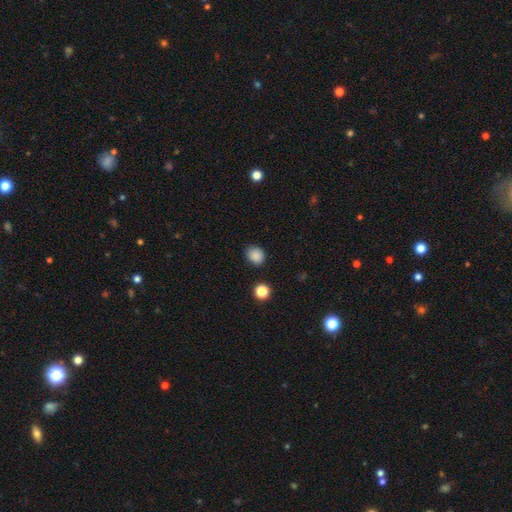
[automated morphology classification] smooth_or_featured: smooth (p=0.86) [alt: star or artifact p=0.11]
how_rounded: round (p=0.61) [alt: in between p=0.38]
merging: none (p=0.81) [alt: minor disturbance p=0.14]